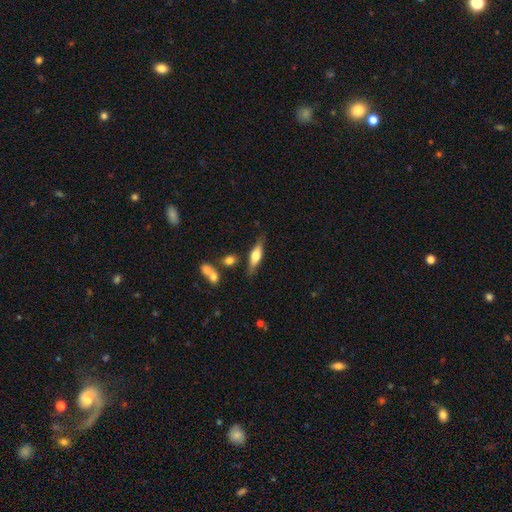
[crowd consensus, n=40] A featured or disk galaxy (48%) viewed edge-on (95%) with a rounded central bulge (83%).

Vote fractions:
- Smooth or featured? featured or disk: 48% / smooth: 42% / star or artifact: 10%
- Edge-on disk? yes: 95% / no: 5%
- Edge-on bulge? rounded: 83% / boxy: 17% / none: 0%
- Merging? none: 69% / minor disturbance: 17% / merger: 8% / major disturbance: 6%